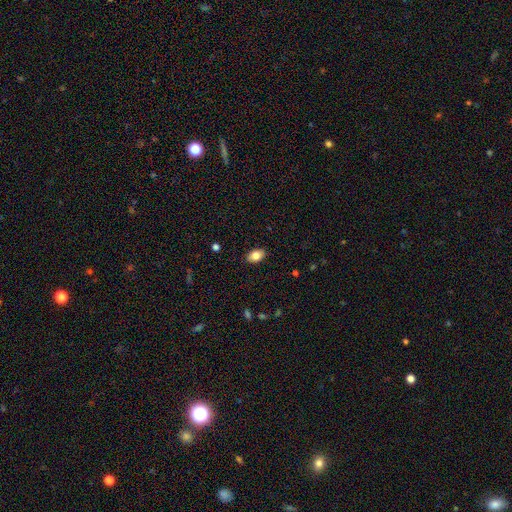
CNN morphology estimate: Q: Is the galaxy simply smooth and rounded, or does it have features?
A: smooth — 83%.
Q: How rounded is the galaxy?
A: in between — 88%.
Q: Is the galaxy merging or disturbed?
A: none — 88%.